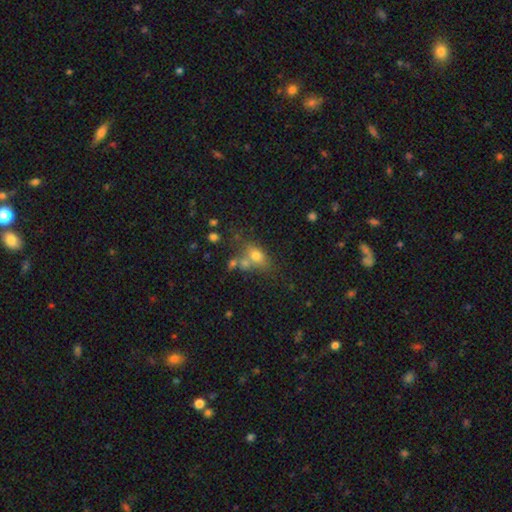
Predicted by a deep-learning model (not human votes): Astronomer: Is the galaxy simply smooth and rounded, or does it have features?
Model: smooth — 72%.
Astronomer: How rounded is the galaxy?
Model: in between — 69%.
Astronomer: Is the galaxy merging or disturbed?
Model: none — 46% (runner-up: merger, 30%).